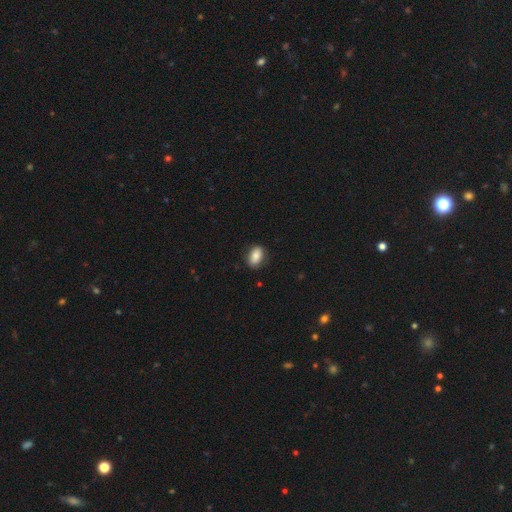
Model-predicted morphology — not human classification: type=smooth (83%); roundness=in between (88%); merging=none (83%).